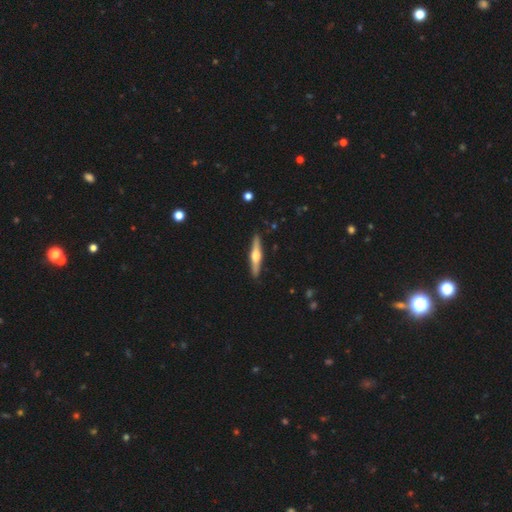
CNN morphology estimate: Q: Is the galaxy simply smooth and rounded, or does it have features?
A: featured or disk — 66%.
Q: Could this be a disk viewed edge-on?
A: yes — 97%.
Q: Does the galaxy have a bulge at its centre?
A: rounded — 93%.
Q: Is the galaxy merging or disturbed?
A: none — 90%.